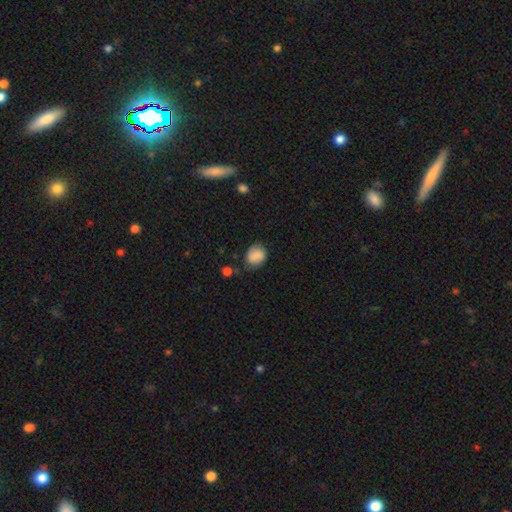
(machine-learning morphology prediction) The model was most divided on "how rounded": round: 58%, in between: 41%, cigar-shaped: 1%. More confident: smooth or featured — smooth (84%); merging — none (63%).